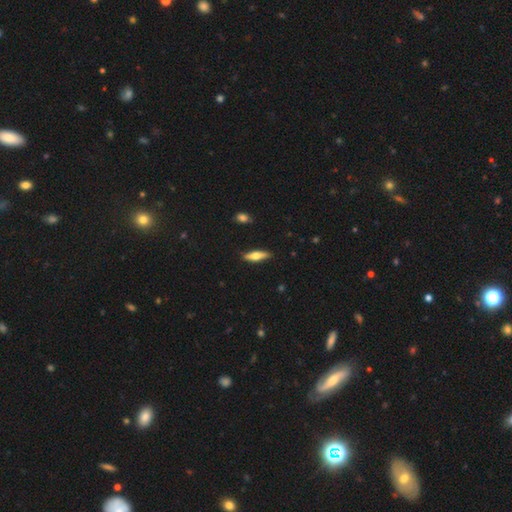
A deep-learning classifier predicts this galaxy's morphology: Q: Smooth or featured?
A: smooth (55%); runner-up: featured or disk (39%)
Q: How rounded?
A: cigar-shaped (61%); runner-up: in between (37%)
Q: Merging?
A: none (85%); runner-up: minor disturbance (11%)